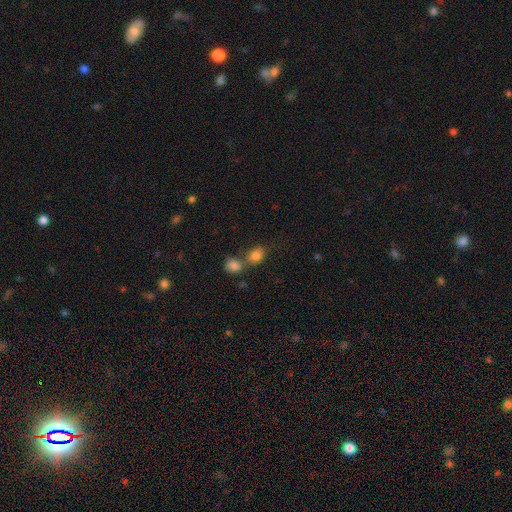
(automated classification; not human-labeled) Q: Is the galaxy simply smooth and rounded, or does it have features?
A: smooth — 82%.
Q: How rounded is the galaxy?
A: in between — 54%.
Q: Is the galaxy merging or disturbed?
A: none — 43%.